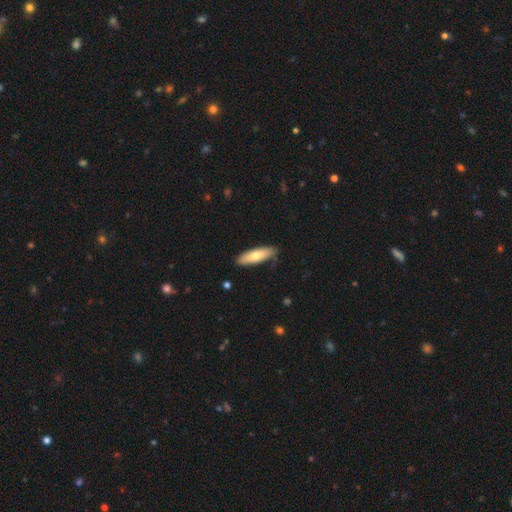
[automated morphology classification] smooth 70%, featured or disk 24%, star or artifact 5%. Down the decision tree: how rounded — cigar-shaped (54%); merging — none (87%).